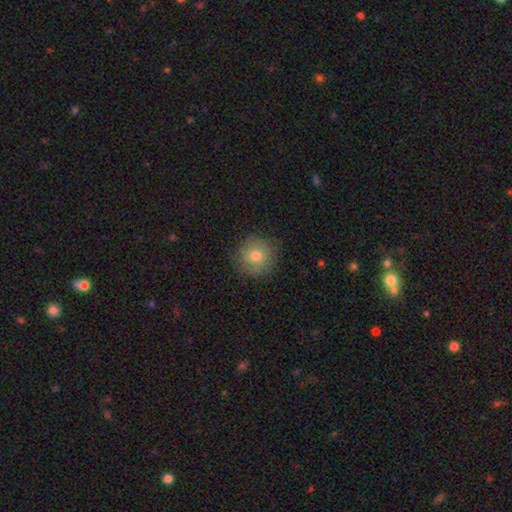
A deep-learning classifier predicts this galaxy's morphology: smooth 74%, featured or disk 16%, star or artifact 10%. Down the decision tree: how rounded — round (94%); merging — none (85%).